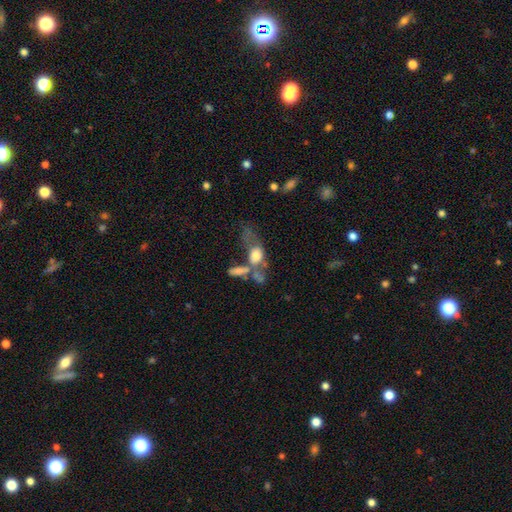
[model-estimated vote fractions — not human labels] Smooth or featured? Predicted: smooth (p=0.57). How rounded? Predicted: in between (p=0.75). Merging? Predicted: merger (p=0.48).